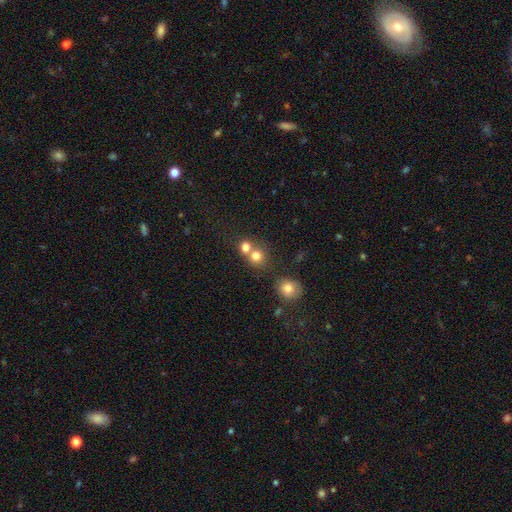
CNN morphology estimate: A smooth galaxy with no disk features (77%) that is round (87%). Merging: none (47%).